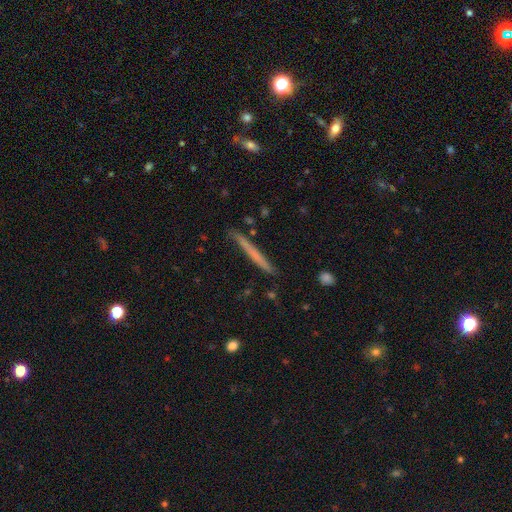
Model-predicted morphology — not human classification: smooth_or_featured: smooth (p=0.56) [alt: featured or disk p=0.38]
how_rounded: cigar-shaped (p=0.97) [alt: in between p=0.02]
merging: none (p=0.87) [alt: minor disturbance p=0.09]